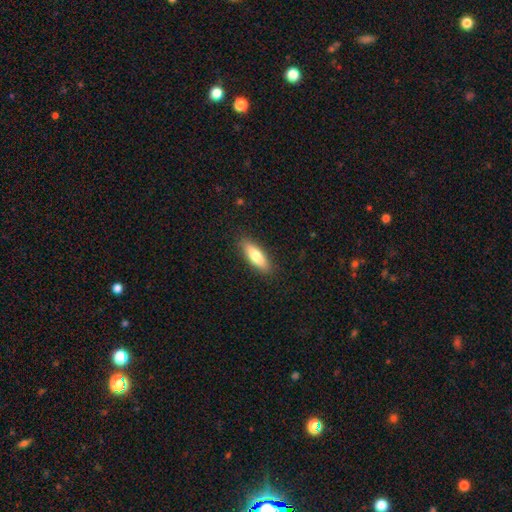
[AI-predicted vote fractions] Smooth or featured?
  - smooth: 76% *
  - featured or disk: 18%
  - star or artifact: 6%
How rounded?
  - in between: 50% *
  - cigar-shaped: 48%
  - round: 2%
Merging?
  - none: 88% *
  - minor disturbance: 9%
  - major disturbance: 2%
  - merger: 1%